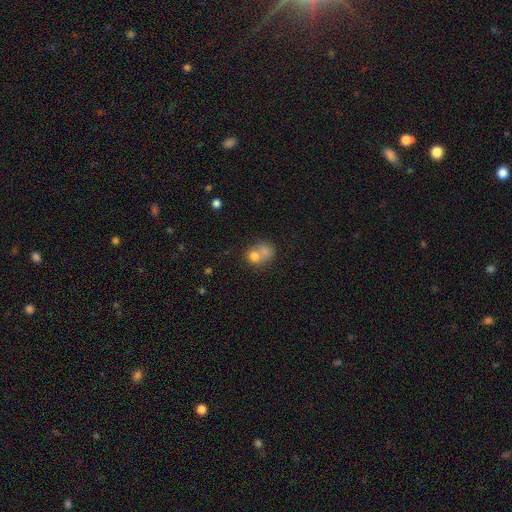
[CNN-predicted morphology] The model was most divided on "how rounded": round: 64%, in between: 35%, cigar-shaped: 1%. More confident: smooth or featured — smooth (71%); merging — merger (61%).